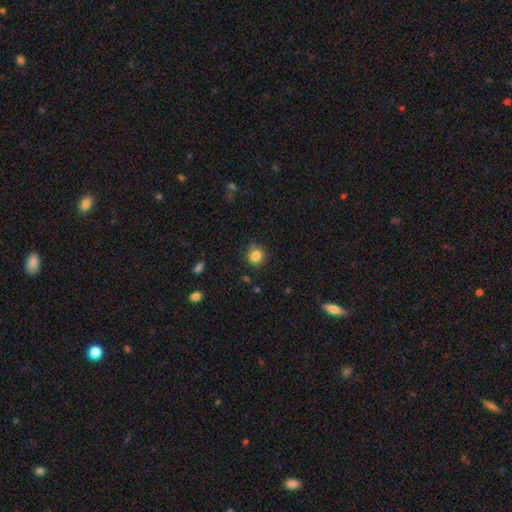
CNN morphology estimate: The model was most divided on "smooth or featured": smooth: 84%, star or artifact: 11%, featured or disk: 5%. More confident: how rounded — round (89%); merging — none (85%).